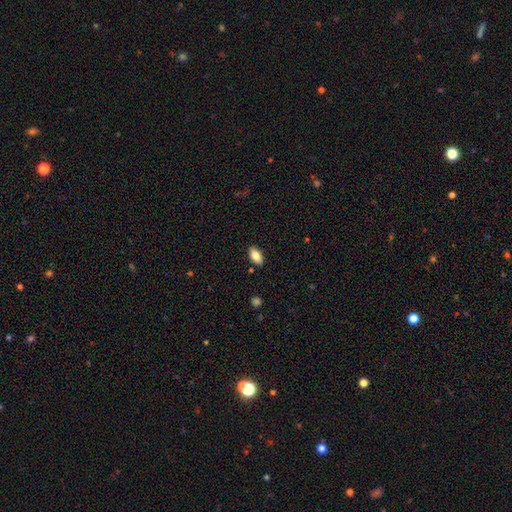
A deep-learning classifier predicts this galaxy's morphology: Q: Smooth or featured?
A: smooth (82%); runner-up: featured or disk (11%)
Q: How rounded?
A: in between (91%); runner-up: cigar-shaped (6%)
Q: Merging?
A: none (88%); runner-up: minor disturbance (9%)